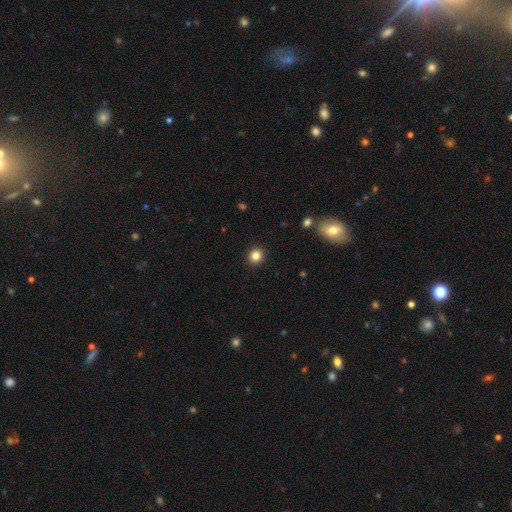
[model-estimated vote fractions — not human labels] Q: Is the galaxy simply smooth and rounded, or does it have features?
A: smooth — 84%.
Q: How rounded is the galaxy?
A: round — 90%.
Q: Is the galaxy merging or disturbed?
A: none — 92%.